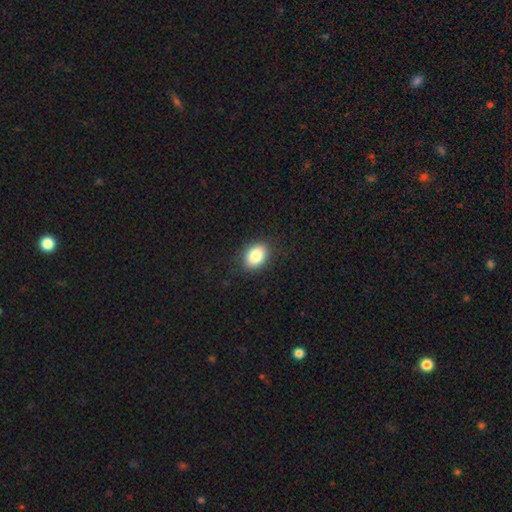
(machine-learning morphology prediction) smooth-or-featured: smooth: 85% | star or artifact: 8% | featured or disk: 6%
  how-rounded: in between: 76% | round: 23% | cigar-shaped: 1%
  merging: none: 88% | minor disturbance: 9% | major disturbance: 2% | merger: 1%